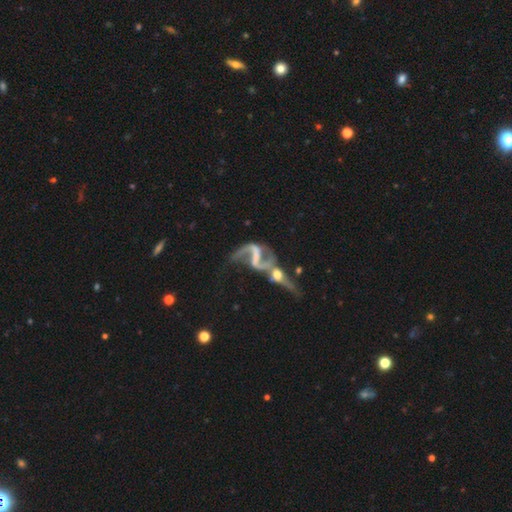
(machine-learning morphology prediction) The model was most divided on "bar": strong: 43%, weak: 35%, no: 22%. Remaining: edge-on disk — no (95%); spiral arms — yes (91%); spiral arm count — 2 (89%); smooth or featured — featured or disk (86%); spiral winding — loose (74%); bulge size — none (52%); merging — merger (41%).